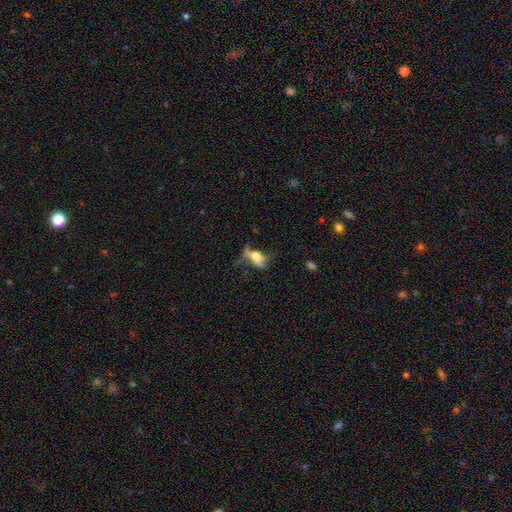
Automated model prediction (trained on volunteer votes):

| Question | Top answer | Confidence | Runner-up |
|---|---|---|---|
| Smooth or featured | smooth | 52% | featured or disk (36%) |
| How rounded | in between | 81% | cigar-shaped (11%) |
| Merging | major disturbance | 44% | none (26%) |